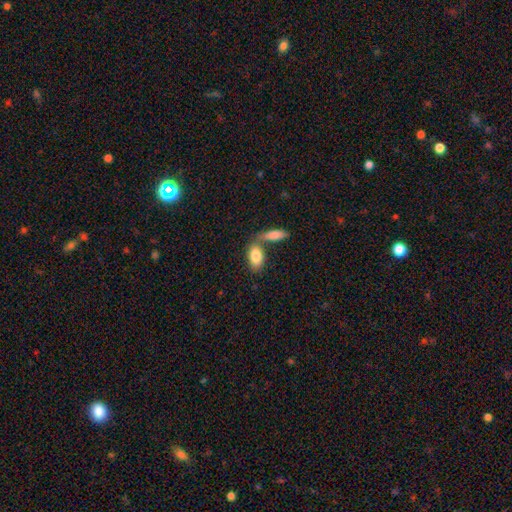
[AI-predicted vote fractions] A smooth galaxy with no disk features (83%) that is in between round and cigar-shaped (89%). Merging: none (45%).